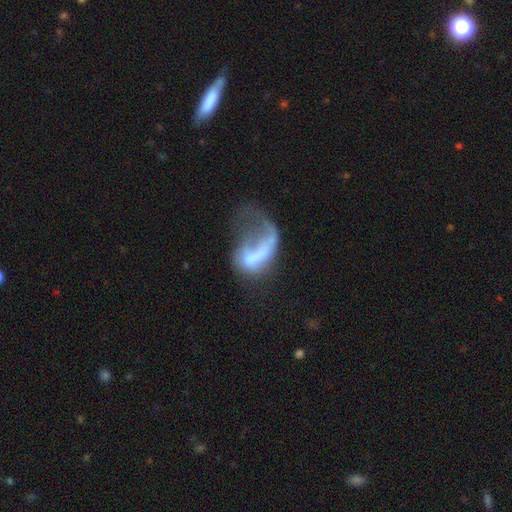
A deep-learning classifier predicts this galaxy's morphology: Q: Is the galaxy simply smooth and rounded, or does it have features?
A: featured or disk — 51%.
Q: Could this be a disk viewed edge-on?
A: no — 96%.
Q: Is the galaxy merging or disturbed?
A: major disturbance — 62%.